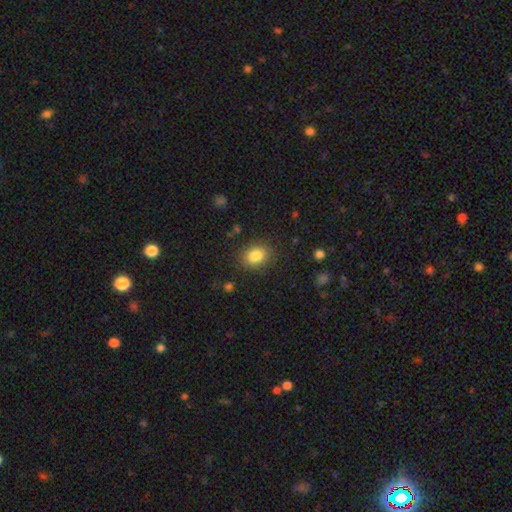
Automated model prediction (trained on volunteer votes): Smooth or featured: smooth — 84% (star or artifact — 9%)
How rounded: in between — 56% (round — 44%)
Merging: none — 85% (minor disturbance — 10%)